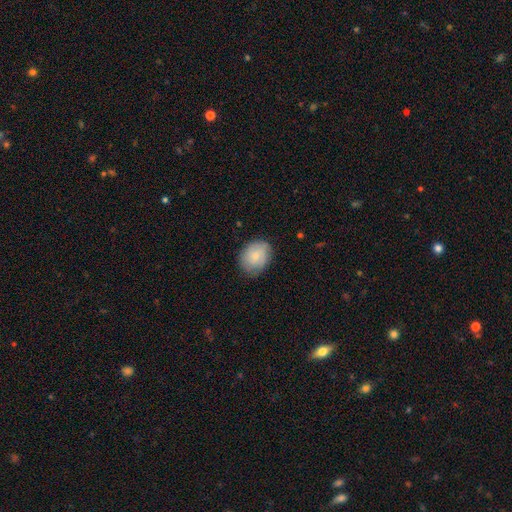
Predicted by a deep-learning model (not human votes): Smooth or featured? Predicted: smooth (p=0.70). How rounded? Predicted: in between (p=0.50). Merging? Predicted: none (p=0.74).